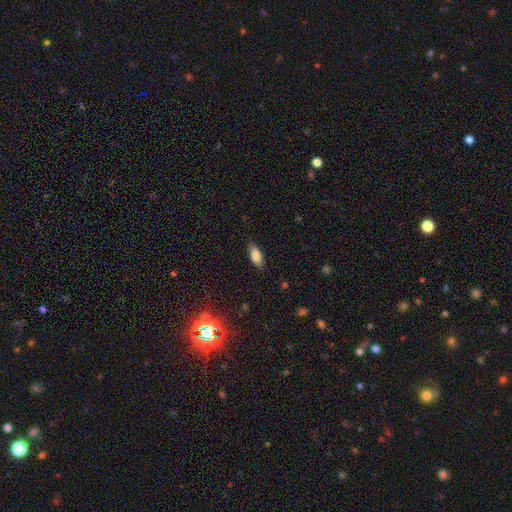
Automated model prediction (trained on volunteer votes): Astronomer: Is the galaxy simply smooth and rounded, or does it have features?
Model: smooth — 80%.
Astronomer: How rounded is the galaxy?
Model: in between — 77%.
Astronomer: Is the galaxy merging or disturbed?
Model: none — 83%.